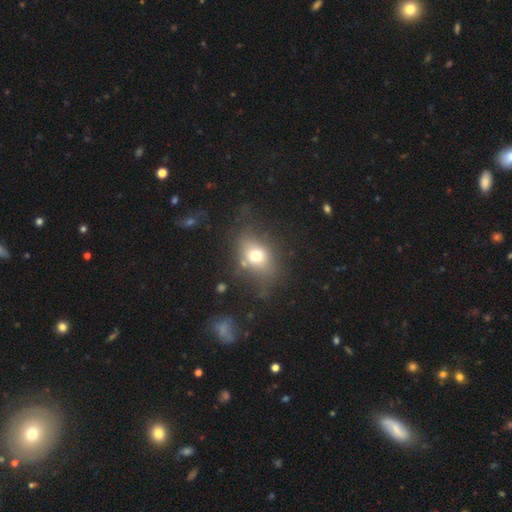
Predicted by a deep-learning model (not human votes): Smooth or featured? Predicted: smooth (p=0.66). How rounded? Predicted: in between (p=0.61). Merging? Predicted: none (p=0.57).